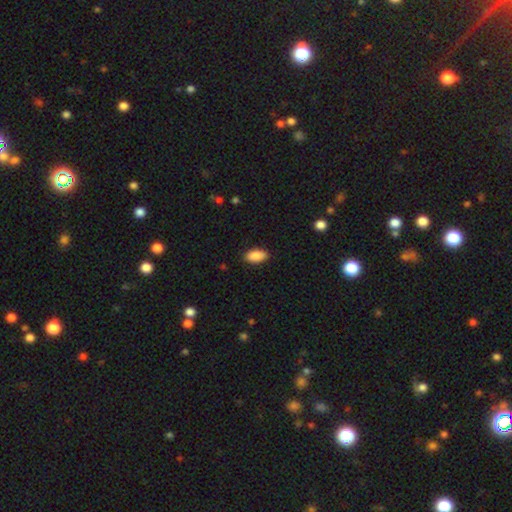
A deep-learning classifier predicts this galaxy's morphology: A smooth galaxy with no disk features (88%) that is in between round and cigar-shaped (92%). Merging: none (86%).